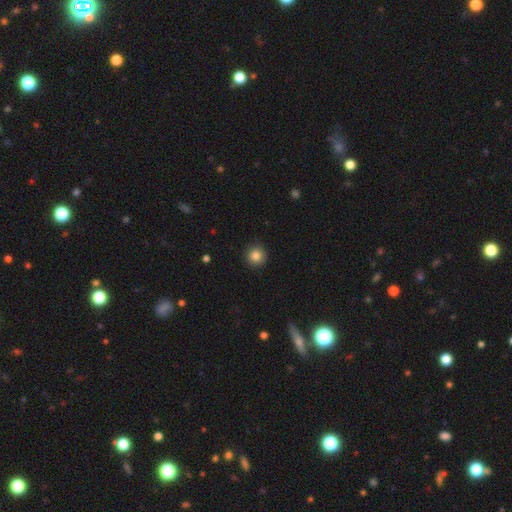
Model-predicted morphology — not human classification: Q: Smooth or featured?
A: smooth (84%); runner-up: star or artifact (10%)
Q: How rounded?
A: round (95%); runner-up: in between (4%)
Q: Merging?
A: none (92%); runner-up: minor disturbance (6%)